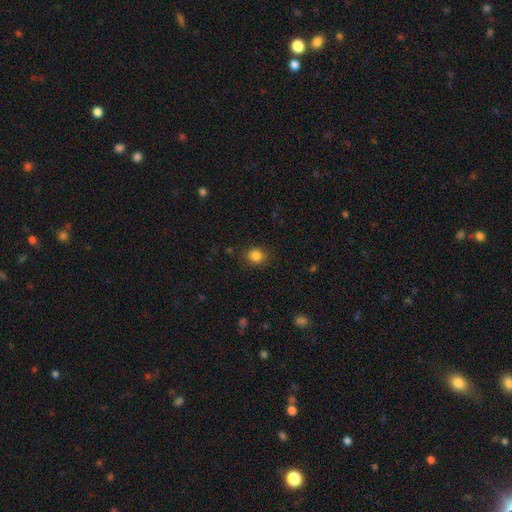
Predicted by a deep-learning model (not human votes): Smooth or featured: smooth — 84% (star or artifact — 11%)
How rounded: round — 70% (in between — 29%)
Merging: none — 85% (minor disturbance — 11%)